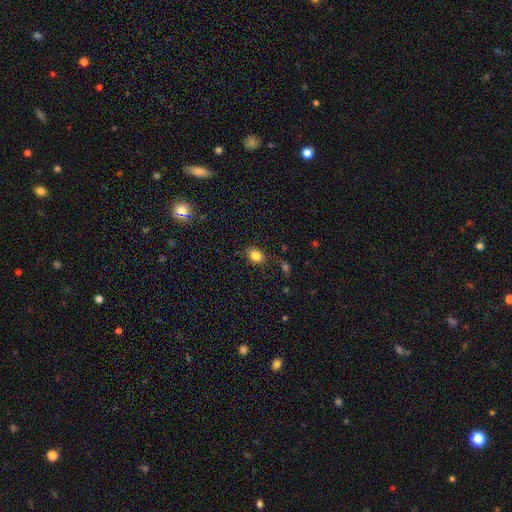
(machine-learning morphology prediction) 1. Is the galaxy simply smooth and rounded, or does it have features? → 82% smooth, 11% star or artifact, 7% featured or disk.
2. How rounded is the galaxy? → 68% in between, 31% round, 1% cigar-shaped.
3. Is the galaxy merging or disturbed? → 76% none, 16% minor disturbance, 4% major disturbance, 3% merger.